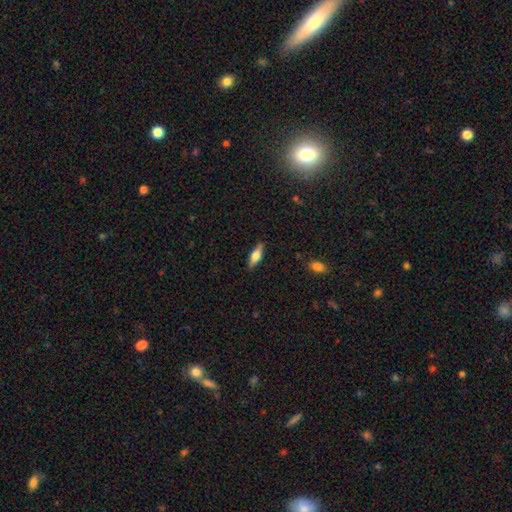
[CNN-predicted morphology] A smooth galaxy with no disk features (63%) that is in between round and cigar-shaped (59%). Merging: none (86%).